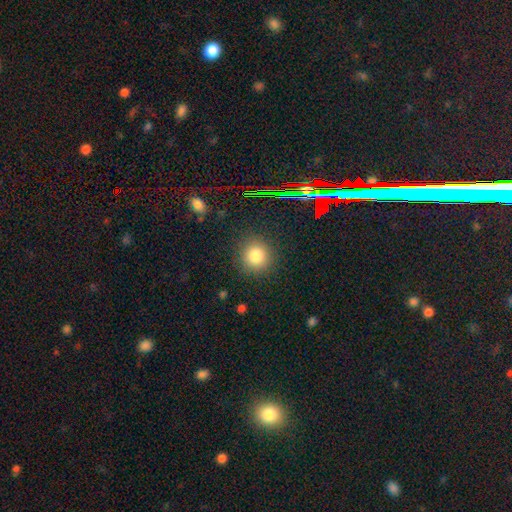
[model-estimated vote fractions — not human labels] Q: Smooth or featured?
A: smooth (80%); runner-up: star or artifact (13%)
Q: How rounded?
A: round (90%); runner-up: in between (9%)
Q: Merging?
A: none (88%); runner-up: minor disturbance (8%)